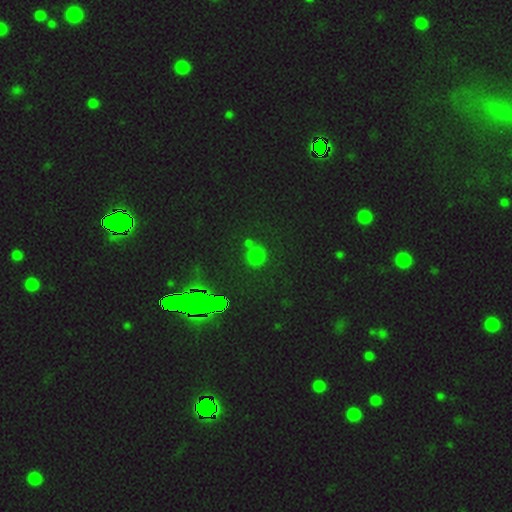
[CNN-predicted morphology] Smooth or featured? Predicted: smooth (p=0.59). How rounded? Predicted: round (p=0.89). Merging? Predicted: none (p=0.78).